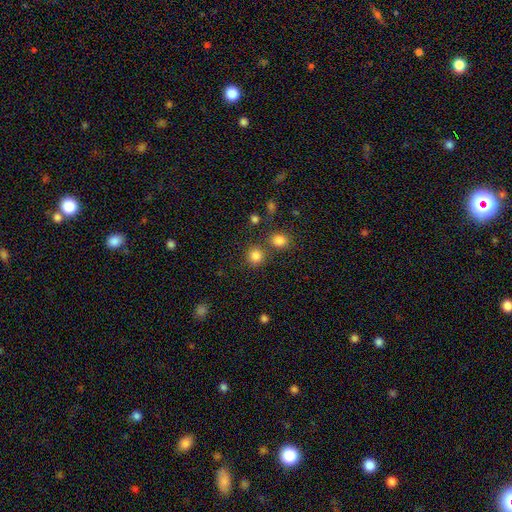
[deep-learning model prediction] A smooth galaxy with no disk features (83%) that is round (88%).

Vote fractions:
- Smooth or featured? smooth: 83% / star or artifact: 13% / featured or disk: 4%
- How rounded? round: 88% / in between: 11% / cigar-shaped: 1%
- Merging? none: 74% / merger: 15% / minor disturbance: 8% / major disturbance: 3%